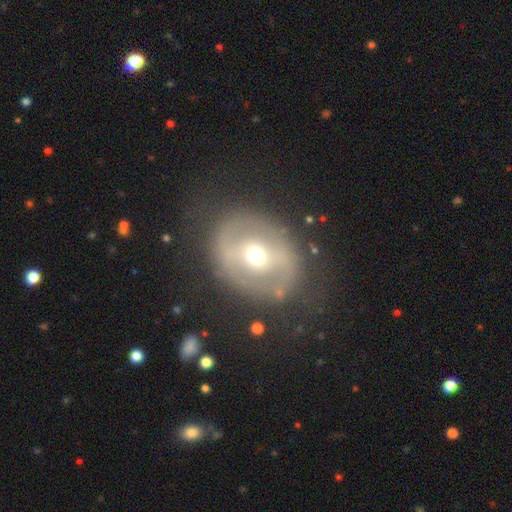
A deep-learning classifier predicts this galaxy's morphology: smooth-or-featured: featured or disk: 64% | smooth: 29% | star or artifact: 7%
  disk-edge-on: no: 95% | yes: 5%
    bar: weak: 35% | no: 34% | strong: 31%
    has-spiral-arms: no: 64% | yes: 36%
    bulge-size: moderate: 65% | small: 27% | large: 6% | dominant: 1% | none: 1%
  merging: none: 77% | minor disturbance: 13% | major disturbance: 8% | merger: 2%